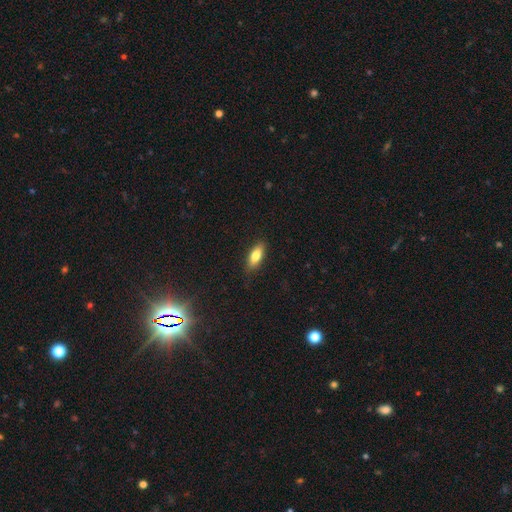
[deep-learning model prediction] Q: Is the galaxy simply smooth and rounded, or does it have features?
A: smooth — 79%.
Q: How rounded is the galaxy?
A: in between — 75%.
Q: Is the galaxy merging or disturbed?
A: none — 86%.